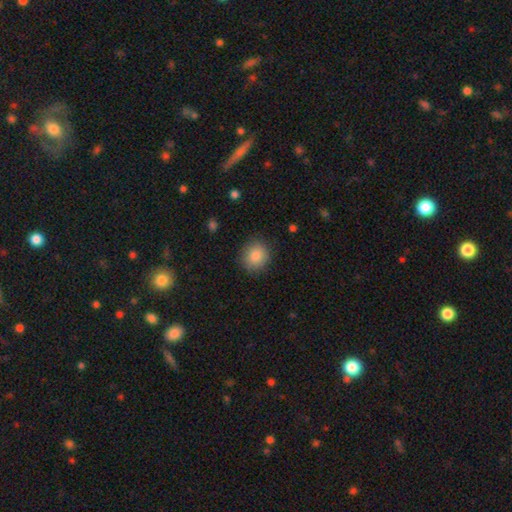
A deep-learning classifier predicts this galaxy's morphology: This is clearly a smooth galaxy (85%). How rounded: clearly round (86%). Merging: clearly none (88%).